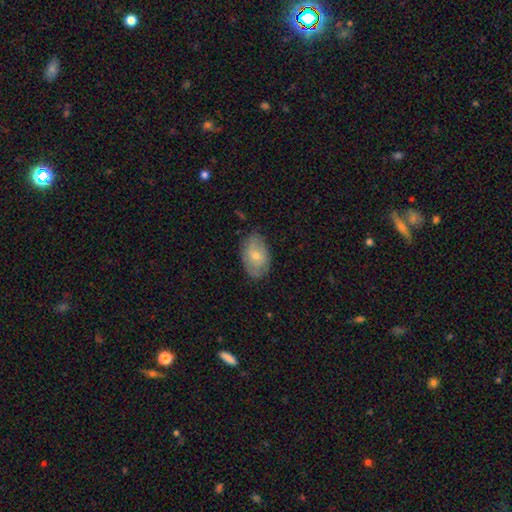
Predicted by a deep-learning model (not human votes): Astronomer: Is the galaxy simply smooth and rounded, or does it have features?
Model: smooth — 57% (runner-up: featured or disk, 35%).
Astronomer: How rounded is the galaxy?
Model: in between — 88%.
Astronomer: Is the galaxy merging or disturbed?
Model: none — 76%.